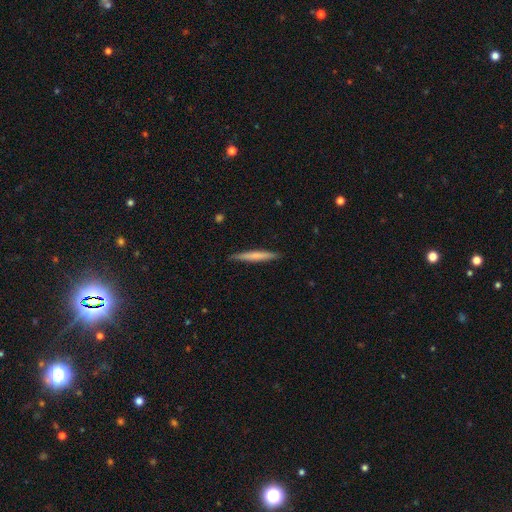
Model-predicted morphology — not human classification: Q: Smooth or featured?
A: smooth (62%); runner-up: featured or disk (33%)
Q: How rounded?
A: cigar-shaped (96%); runner-up: in between (3%)
Q: Merging?
A: none (89%); runner-up: minor disturbance (8%)